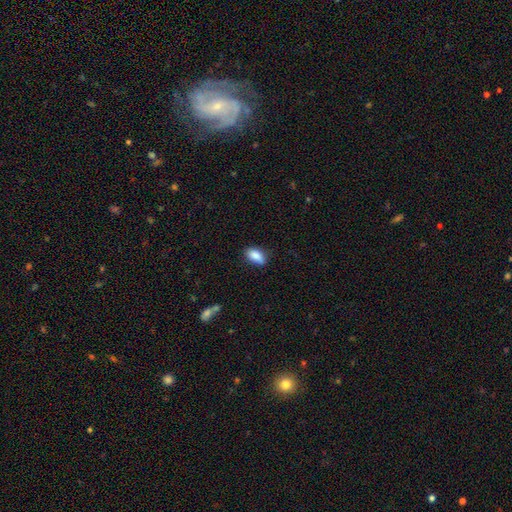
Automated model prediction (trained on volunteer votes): Morphology: type=smooth (87%); roundness=in between (89%); merging=none (80%).